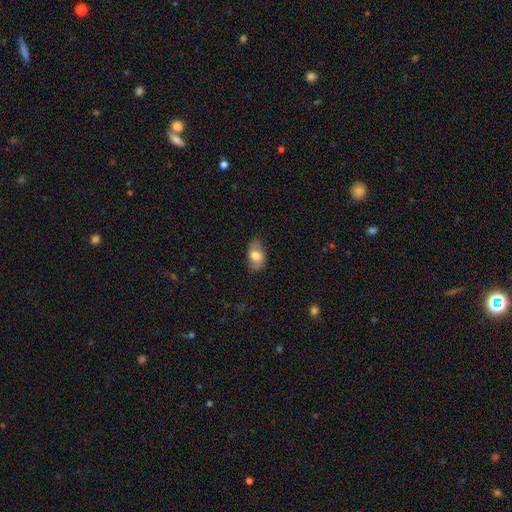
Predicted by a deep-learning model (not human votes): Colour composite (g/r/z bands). It shows a smooth galaxy with no disk features (71%) that is in between round and cigar-shaped (89%). Merging: none (78%).